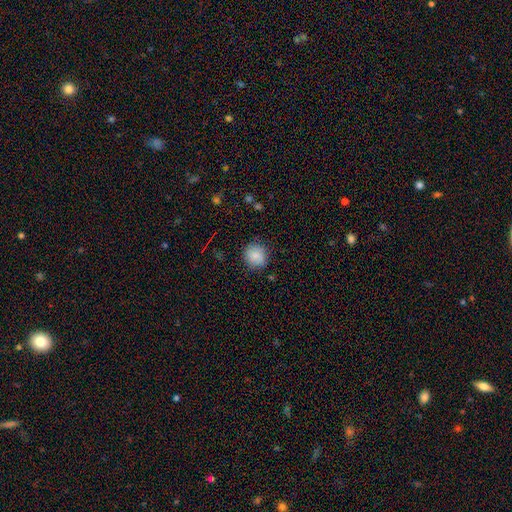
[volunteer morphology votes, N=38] smooth_or_featured: smooth (p=1.00)
how_rounded: round (p=0.87) [alt: in between p=0.13]
merging: none (p=0.97) [alt: minor disturbance p=0.03]